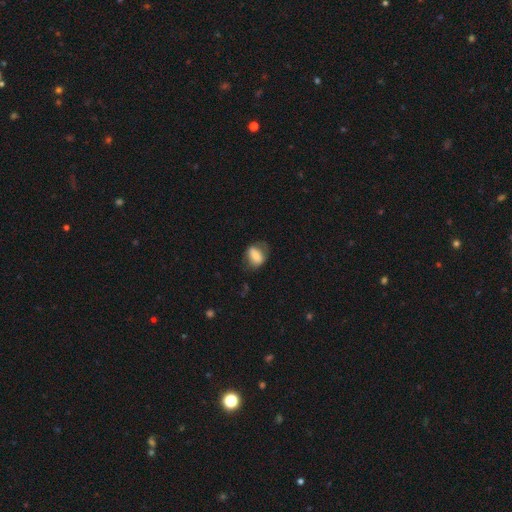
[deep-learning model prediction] The model was most divided on "merging": none: 61%, minor disturbance: 25%, major disturbance: 13%, merger: 2%. More confident: how rounded — in between (72%); smooth or featured — smooth (68%).